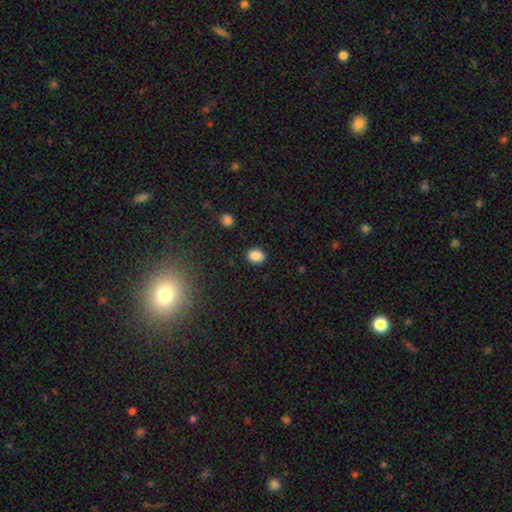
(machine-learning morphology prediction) Smooth or featured: smooth — 87% (star or artifact — 9%)
How rounded: in between — 55% (round — 44%)
Merging: none — 88% (minor disturbance — 8%)